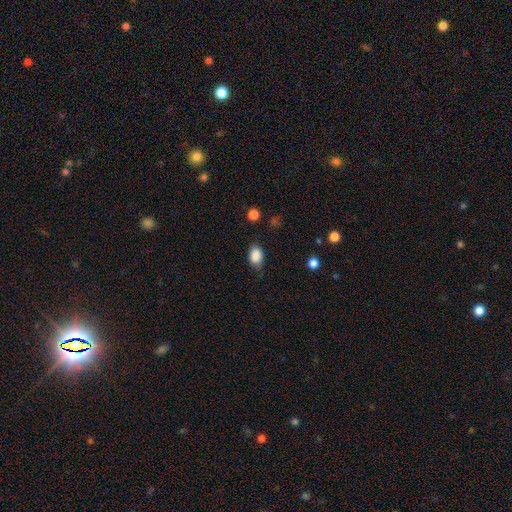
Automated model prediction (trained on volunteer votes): Smooth or featured? smooth (87%)
How rounded? in between (79%)
Merging? none (68%)